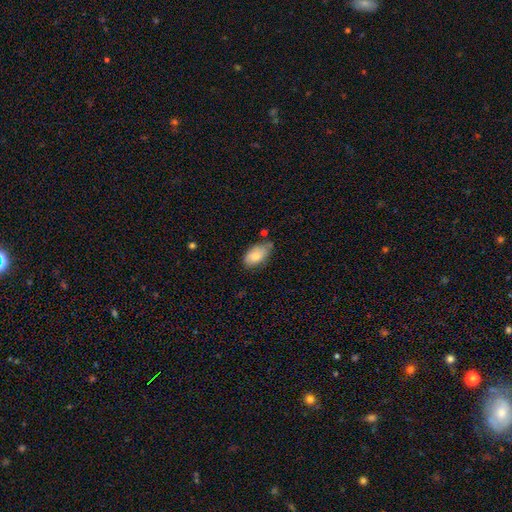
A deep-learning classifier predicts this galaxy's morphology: smooth_or_featured: smooth (p=0.79) [alt: featured or disk p=0.14]
how_rounded: in between (p=0.93) [alt: round p=0.05]
merging: none (p=0.56) [alt: minor disturbance p=0.31]